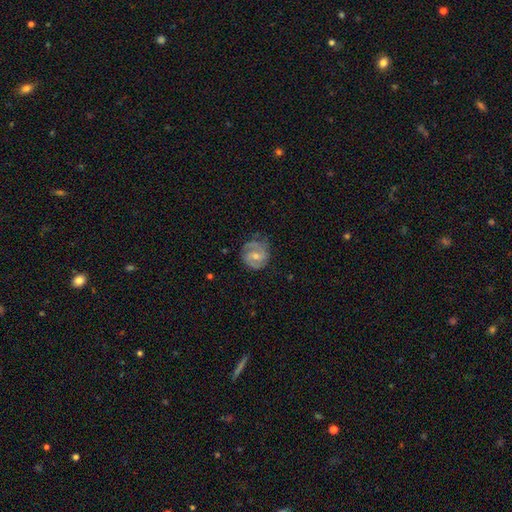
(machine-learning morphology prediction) A featured or disk galaxy (76%) with a weak bar (52%), 2 (77%) medium (44%, tied with tight) spiral arms (94%) and a small central bulge (51%). Merging: none (70%).